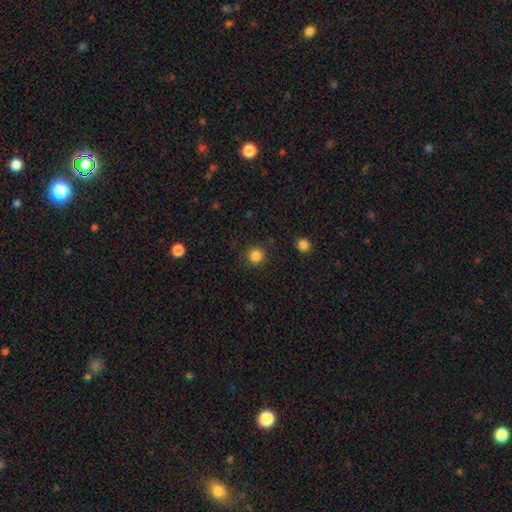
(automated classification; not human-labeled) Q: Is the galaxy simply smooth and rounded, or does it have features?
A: smooth — 85%.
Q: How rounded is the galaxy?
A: round — 94%.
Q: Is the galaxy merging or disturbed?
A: none — 89%.